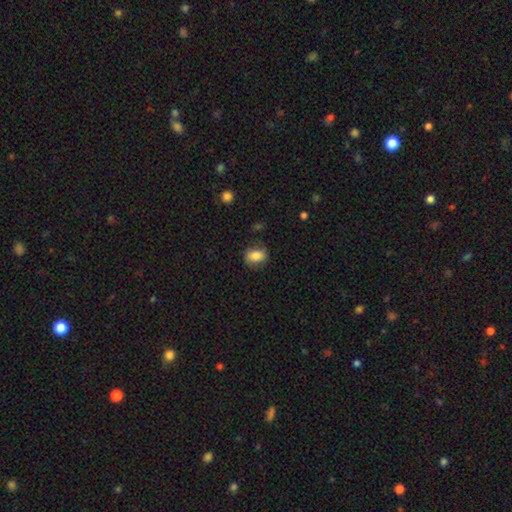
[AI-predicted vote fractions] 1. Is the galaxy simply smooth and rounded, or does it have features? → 77% smooth, 15% featured or disk, 8% star or artifact.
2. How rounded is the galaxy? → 75% in between, 23% round, 2% cigar-shaped.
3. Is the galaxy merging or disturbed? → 76% none, 17% minor disturbance, 5% major disturbance, 2% merger.